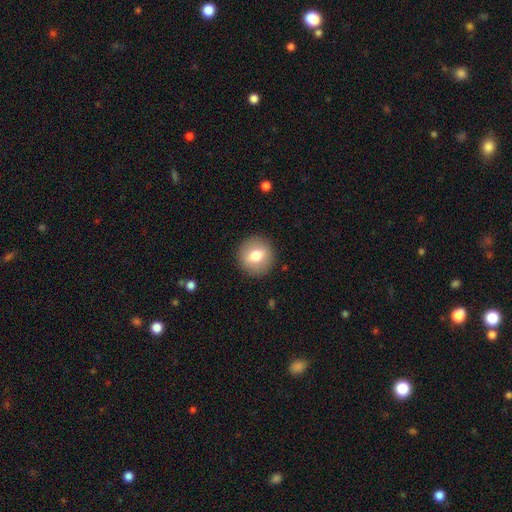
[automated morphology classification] Smooth or featured: smooth — 73% (featured or disk — 19%)
How rounded: round — 90% (in between — 9%)
Merging: none — 91% (minor disturbance — 6%)